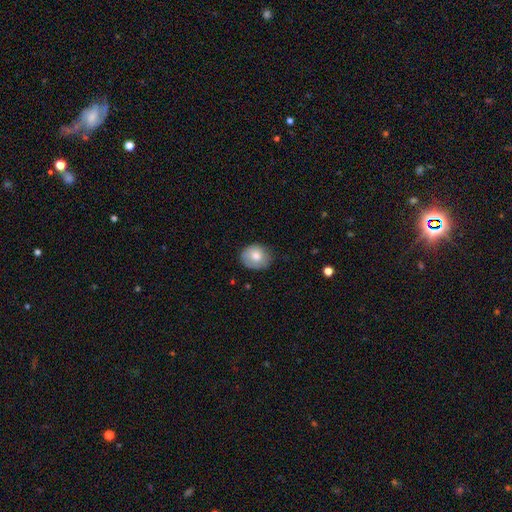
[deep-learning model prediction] The model was most divided on "how rounded": round: 63%, in between: 36%, cigar-shaped: 1%. More confident: smooth or featured — smooth (74%); merging — none (69%).